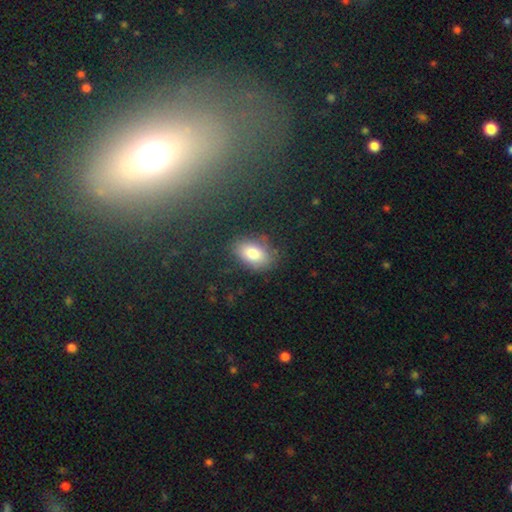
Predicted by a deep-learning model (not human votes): Smooth or featured: smooth — 81% (featured or disk — 10%)
How rounded: in between — 89% (round — 9%)
Merging: none — 74% (minor disturbance — 17%)